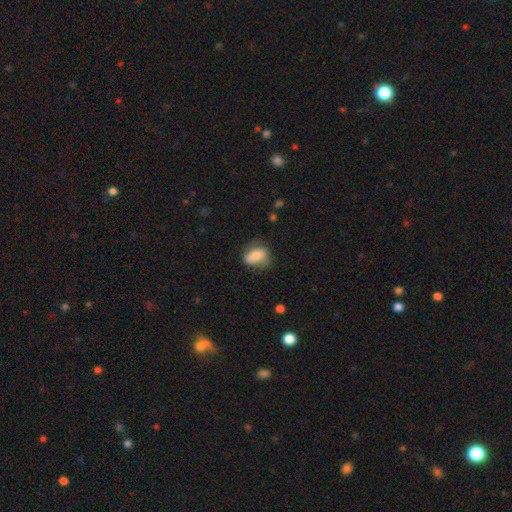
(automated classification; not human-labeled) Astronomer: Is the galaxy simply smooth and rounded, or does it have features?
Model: smooth — 74%.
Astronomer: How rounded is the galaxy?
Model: in between — 79%.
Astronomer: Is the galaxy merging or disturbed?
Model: none — 54% (runner-up: minor disturbance, 30%).